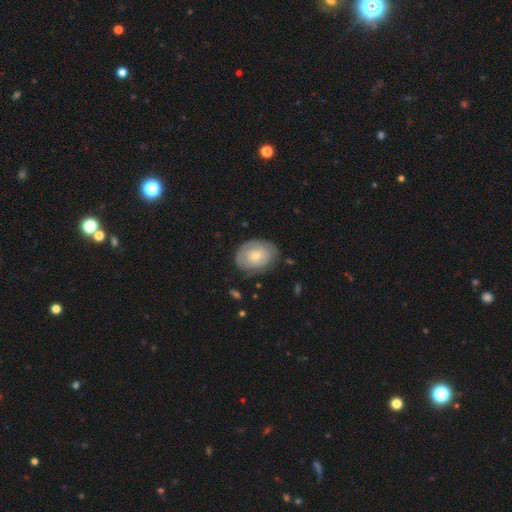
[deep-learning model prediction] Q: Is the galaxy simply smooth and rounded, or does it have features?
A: smooth — 50%.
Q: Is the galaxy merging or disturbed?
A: none — 75%.